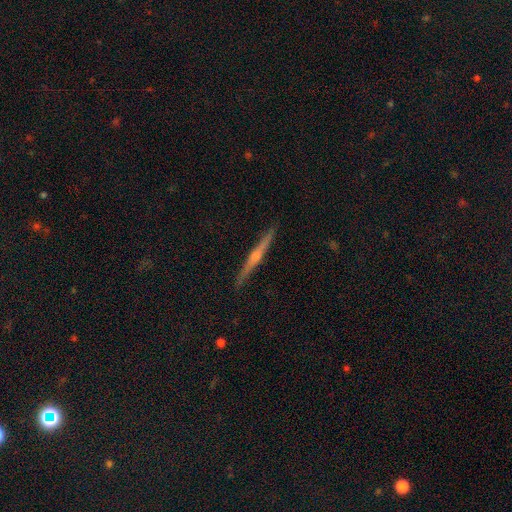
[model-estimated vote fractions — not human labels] The model was most divided on "smooth or featured": featured or disk: 76%, smooth: 18%, star or artifact: 6%. More confident: edge-on disk — yes (98%); merging — none (91%); edge-on bulge — rounded (82%).